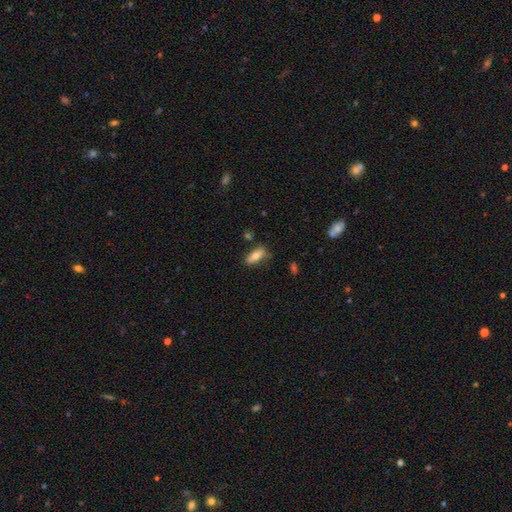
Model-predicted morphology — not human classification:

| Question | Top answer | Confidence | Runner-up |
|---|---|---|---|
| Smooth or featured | smooth | 67% | featured or disk (25%) |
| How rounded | in between | 76% | cigar-shaped (20%) |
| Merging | none | 71% | minor disturbance (21%) |